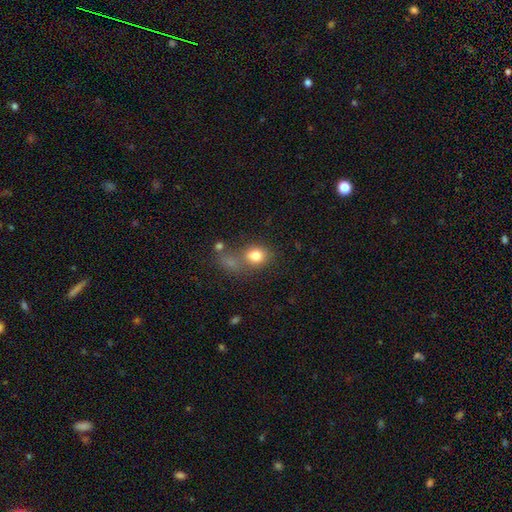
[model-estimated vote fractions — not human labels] A smooth galaxy with no disk features (80%) that is round (64%). Merging: none (49%).